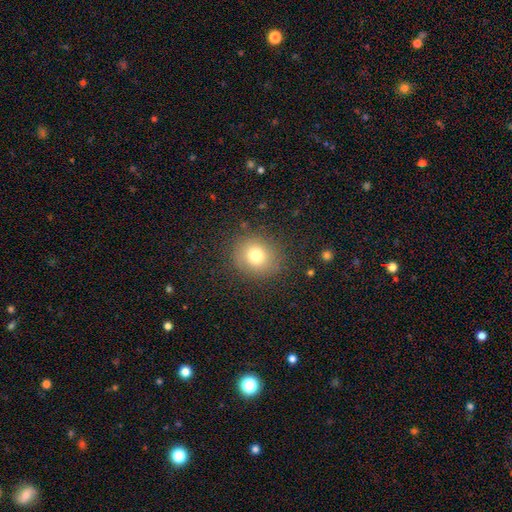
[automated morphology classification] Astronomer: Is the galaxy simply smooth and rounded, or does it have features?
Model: smooth — 75%.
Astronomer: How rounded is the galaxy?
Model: round — 82%.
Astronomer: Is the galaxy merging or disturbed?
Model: none — 84%.